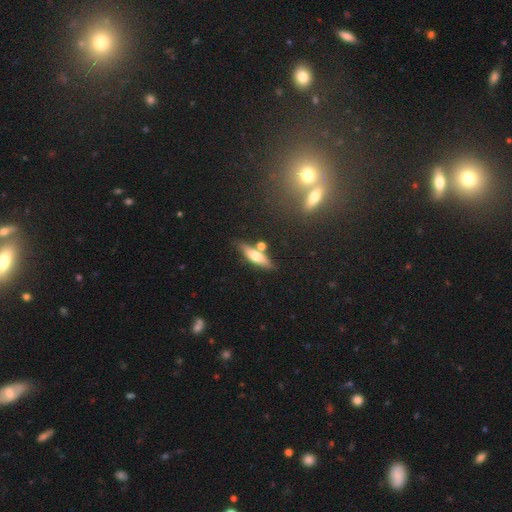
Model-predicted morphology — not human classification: A smooth galaxy with no disk features (57%) that is cigar-shaped (57%).

Vote fractions:
- Smooth or featured? smooth: 57% / featured or disk: 35% / star or artifact: 8%
- How rounded? cigar-shaped: 57% / in between: 40% / round: 3%
- Merging? none: 69% / minor disturbance: 14% / merger: 13% / major disturbance: 4%